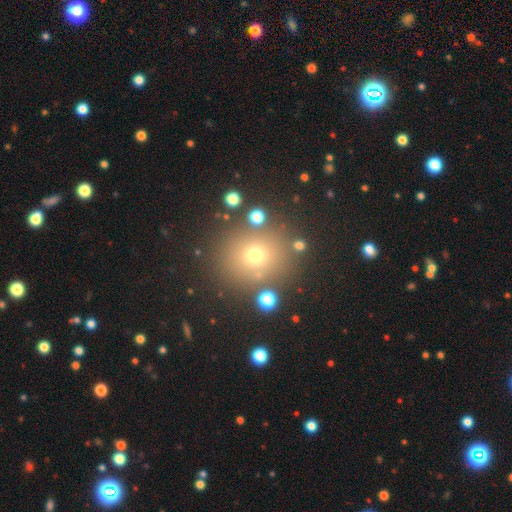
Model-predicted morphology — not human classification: The model was most divided on "smooth or featured": smooth: 66%, star or artifact: 23%, featured or disk: 11%. More confident: how rounded — round (83%); merging — none (81%).